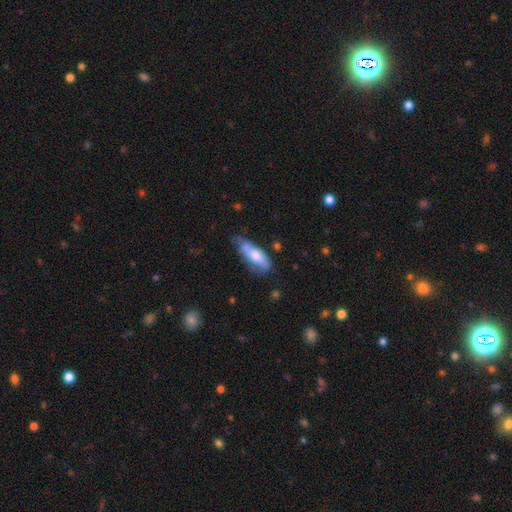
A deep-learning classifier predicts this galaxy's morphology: smooth 61%, featured or disk 33%, star or artifact 7%. Down the decision tree: how rounded — in between (65%); merging — none (42%).